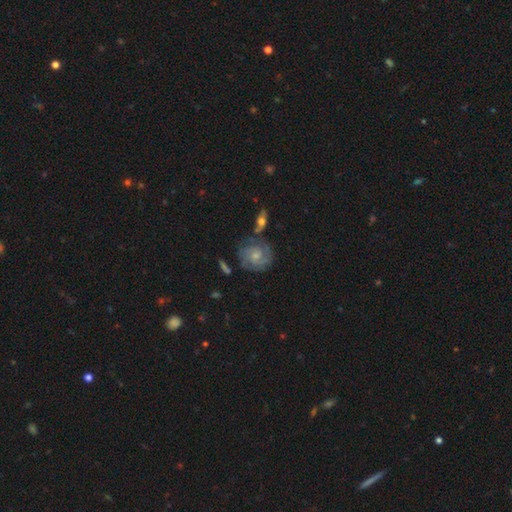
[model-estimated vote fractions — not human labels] This is likely a featured or disk galaxy (80%). It is clearly not viewed edge-on (97%). Bar: likely no (66%). Spiral arm pattern: clearly yes (95%). Spiral arm count: possibly 2 (58%). Spiral winding: likely tight (67%). Central bulge: possibly small (54%). Merging: likely none (71%).